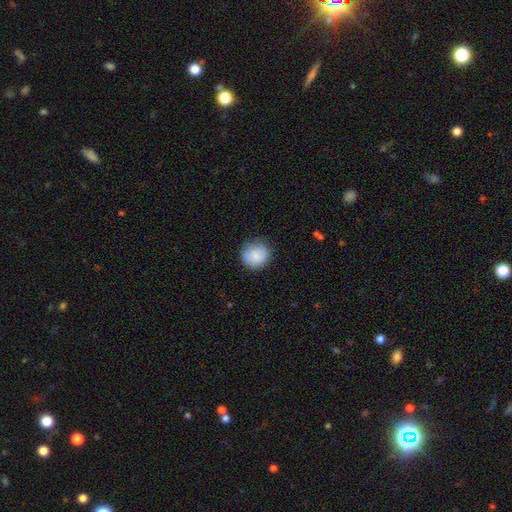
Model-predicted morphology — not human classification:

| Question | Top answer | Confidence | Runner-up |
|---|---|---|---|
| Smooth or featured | smooth | 86% | star or artifact (7%) |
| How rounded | round | 90% | in between (9%) |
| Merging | none | 84% | minor disturbance (12%) |